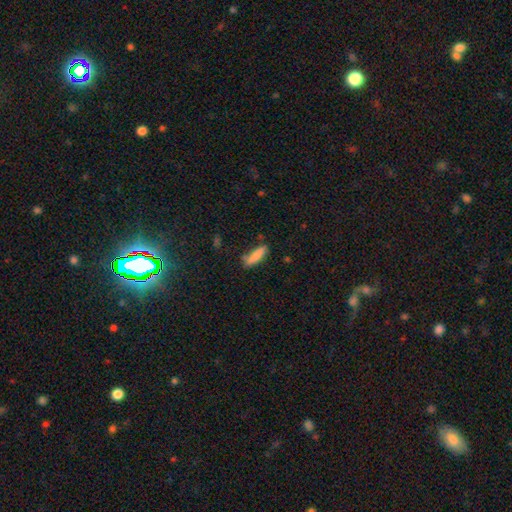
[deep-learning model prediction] A smooth galaxy with no disk features (83%) that is cigar-shaped (67%). Merging: none (72%).